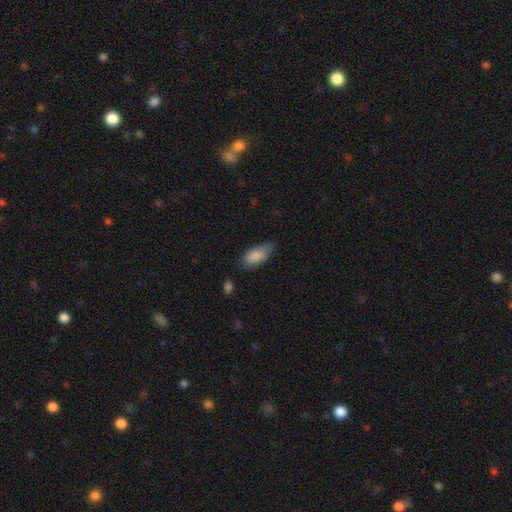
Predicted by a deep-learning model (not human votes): smooth-or-featured: smooth: 86% | featured or disk: 8% | star or artifact: 6%
  how-rounded: in between: 90% | cigar-shaped: 7% | round: 3%
  merging: none: 55% | minor disturbance: 36% | major disturbance: 7% | merger: 2%